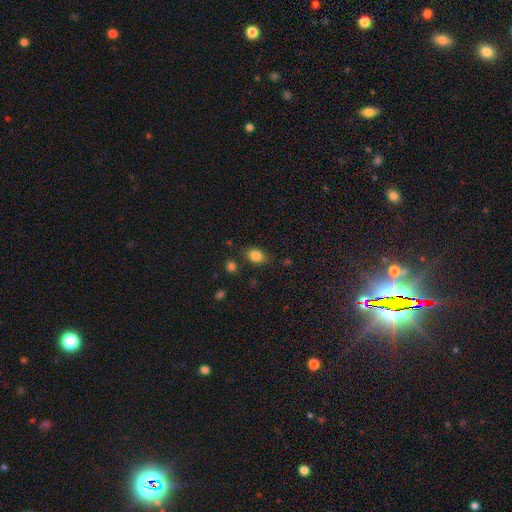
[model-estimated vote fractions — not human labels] A smooth galaxy with no disk features (84%) that is in between round and cigar-shaped (73%). Merging: none (78%).